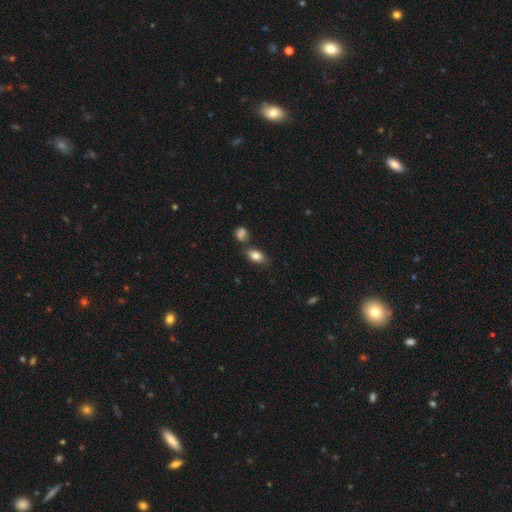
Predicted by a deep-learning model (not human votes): This is clearly a smooth galaxy (82%). How rounded: clearly in between (87%). Merging: likely none (69%).